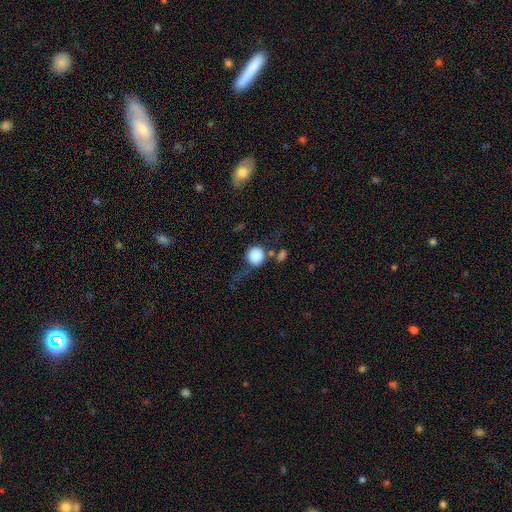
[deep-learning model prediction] Smooth or featured? Predicted: smooth (p=0.82). How rounded? Predicted: round (p=0.91). Merging? Predicted: none (p=0.48).